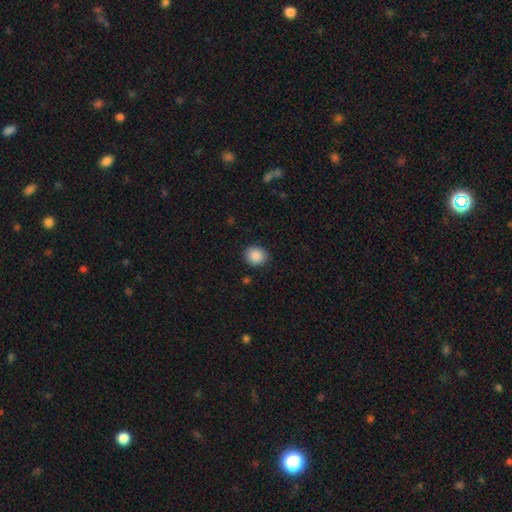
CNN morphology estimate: Q: Smooth or featured?
A: smooth (88%); runner-up: star or artifact (8%)
Q: How rounded?
A: round (75%); runner-up: in between (24%)
Q: Merging?
A: none (88%); runner-up: minor disturbance (8%)